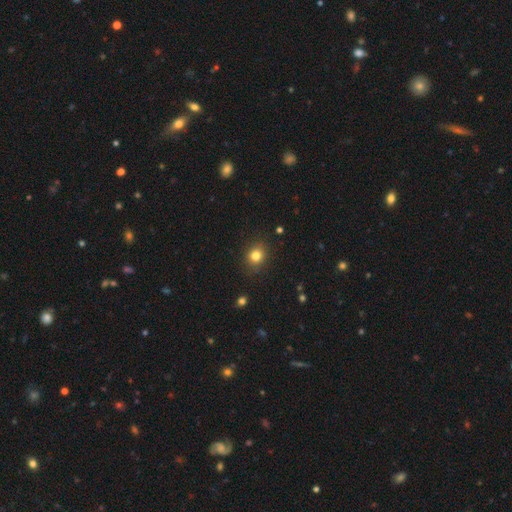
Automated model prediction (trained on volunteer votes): Smooth or featured?
  - smooth: 80% *
  - star or artifact: 13%
  - featured or disk: 7%
How rounded?
  - round: 71% *
  - in between: 28%
  - cigar-shaped: 1%
Merging?
  - none: 86% *
  - minor disturbance: 10%
  - major disturbance: 3%
  - merger: 1%